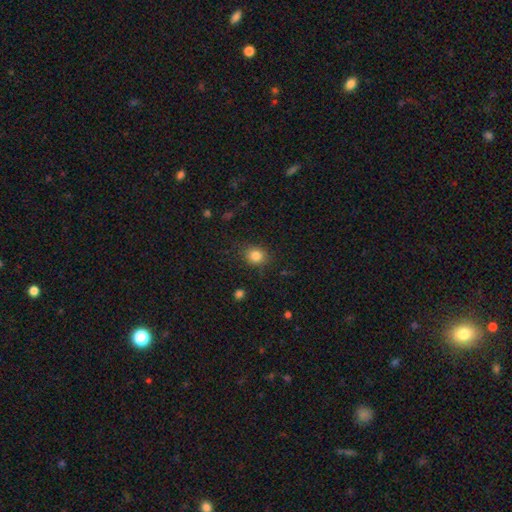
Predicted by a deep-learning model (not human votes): Smooth or featured? smooth (84%)
How rounded? round (73%)
Merging? none (84%)